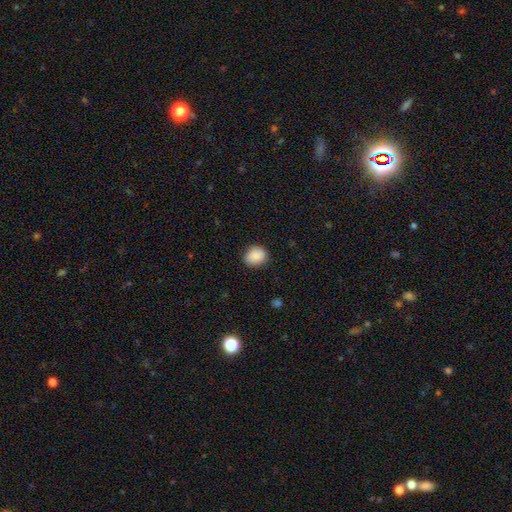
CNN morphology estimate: The model was most divided on "how rounded": round: 65%, in between: 34%, cigar-shaped: 1%. More confident: smooth or featured — smooth (88%); merging — none (84%).